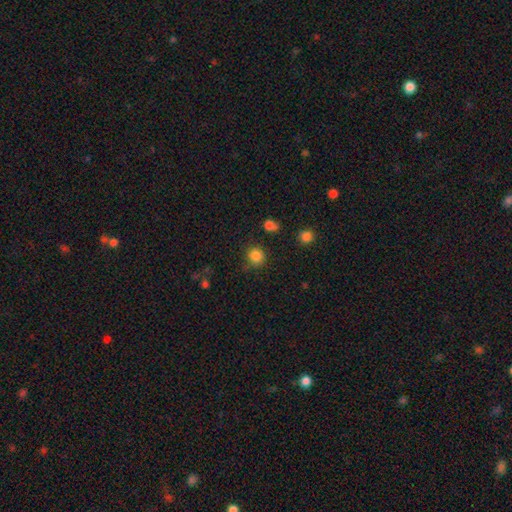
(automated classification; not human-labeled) Q: Smooth or featured?
A: smooth (84%); runner-up: star or artifact (12%)
Q: How rounded?
A: round (90%); runner-up: in between (9%)
Q: Merging?
A: none (81%); runner-up: minor disturbance (12%)